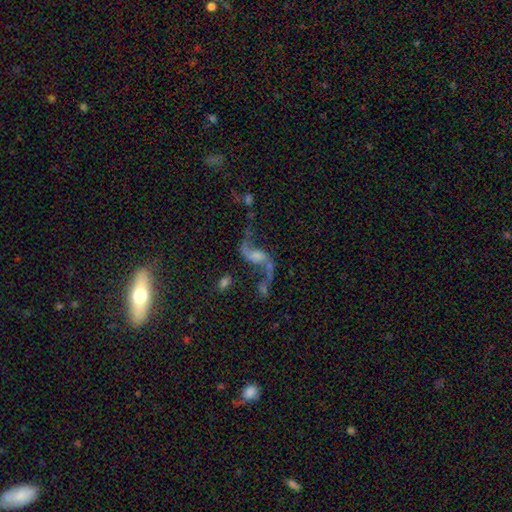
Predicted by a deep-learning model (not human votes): Smooth or featured?
  - featured or disk: 82% *
  - star or artifact: 10%
  - smooth: 7%
Edge-on disk?
  - no: 95% *
  - yes: 5%
Bar?
  - weak: 42% *
  - no: 41%
  - strong: 17%
Spiral arms?
  - yes: 93% *
  - no: 7%
Spiral winding?
  - loose: 91% *
  - medium: 7%
  - tight: 2%
Spiral arm count?
  - 2: 92% *
  - 1: 4%
  - can't tell: 2%
  - 3: 1%
  - 4: 1%
  - more than 4: 1%
Bulge size?
  - none: 38% *
  - small: 26%
  - moderate: 23%
  - large: 10%
  - dominant: 3%
Merging?
  - none: 56% *
  - major disturbance: 17%
  - minor disturbance: 14%
  - merger: 13%